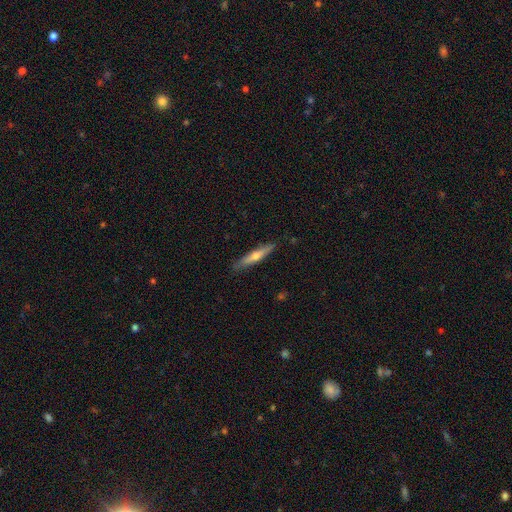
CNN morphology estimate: Smooth or featured: featured or disk — 50% (smooth — 44%)
Edge-on disk: yes — 92% (no — 8%)
Merging: none — 88% (minor disturbance — 9%)